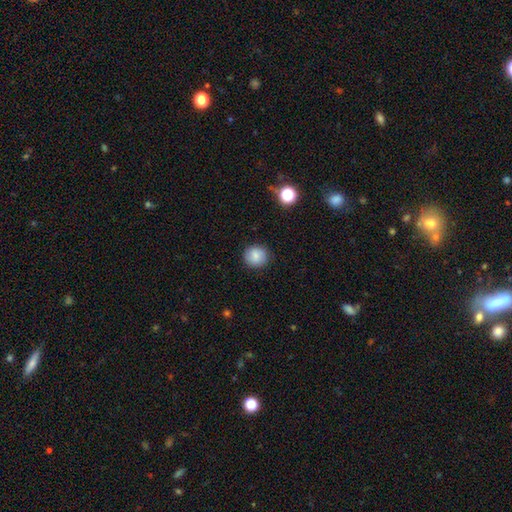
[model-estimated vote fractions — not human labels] Smooth or featured: smooth — 82% (featured or disk — 9%)
How rounded: round — 90% (in between — 9%)
Merging: none — 88% (minor disturbance — 8%)